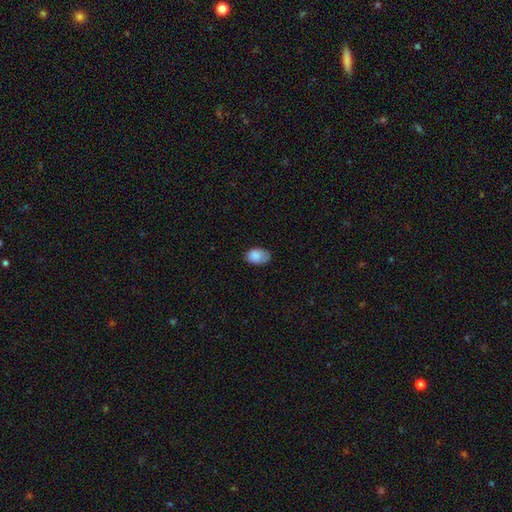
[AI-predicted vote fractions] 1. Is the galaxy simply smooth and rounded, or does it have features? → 86% smooth, 8% star or artifact, 6% featured or disk.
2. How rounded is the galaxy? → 87% in between, 12% round, 1% cigar-shaped.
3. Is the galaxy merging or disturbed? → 64% none, 29% minor disturbance, 6% major disturbance, 1% merger.